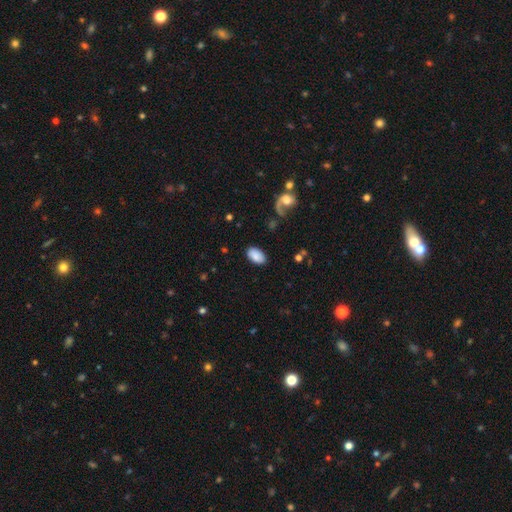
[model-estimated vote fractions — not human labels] Smooth or featured?
  - smooth: 82% *
  - featured or disk: 11%
  - star or artifact: 8%
How rounded?
  - in between: 94% *
  - round: 5%
  - cigar-shaped: 1%
Merging?
  - none: 84% *
  - minor disturbance: 10%
  - major disturbance: 4%
  - merger: 2%